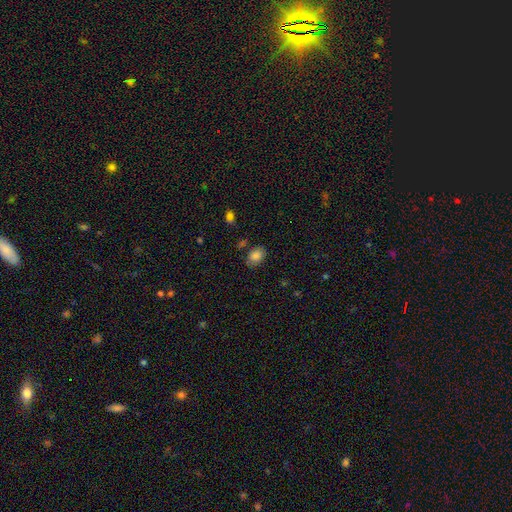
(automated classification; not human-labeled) A smooth galaxy with no disk features (84%) that is in between round and cigar-shaped (70%). Merging: none (78%).